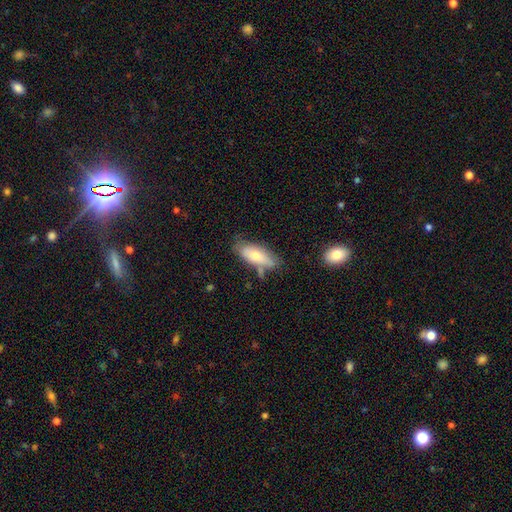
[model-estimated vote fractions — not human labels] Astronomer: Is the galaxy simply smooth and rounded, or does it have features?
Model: smooth — 69%.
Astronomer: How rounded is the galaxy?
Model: in between — 76%.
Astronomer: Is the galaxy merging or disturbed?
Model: none — 57%.